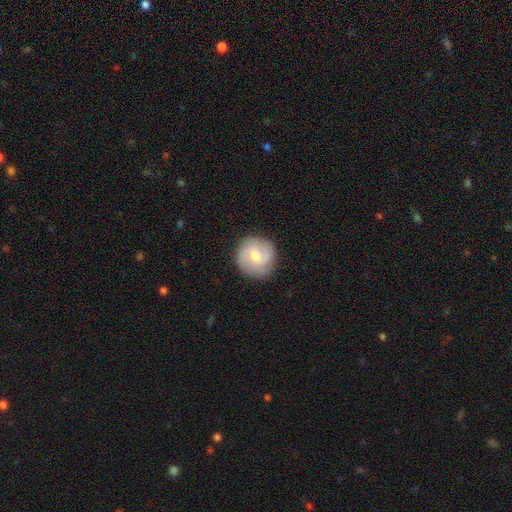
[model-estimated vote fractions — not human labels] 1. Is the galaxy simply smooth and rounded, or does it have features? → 61% featured or disk, 33% smooth, 6% star or artifact.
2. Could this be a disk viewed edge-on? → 98% no, 2% yes.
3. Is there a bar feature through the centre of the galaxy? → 48% weak, 44% no, 8% strong.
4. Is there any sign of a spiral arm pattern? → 91% yes, 9% no.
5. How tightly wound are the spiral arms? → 45% medium, 37% tight, 18% loose.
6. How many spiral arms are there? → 46% 2, 25% 3, 17% can't tell, 5% 4, 4% 1, 3% more than 4.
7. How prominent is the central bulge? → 54% moderate, 41% small, 3% large, 2% none, 1% dominant.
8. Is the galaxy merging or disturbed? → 85% none, 11% minor disturbance, 3% major disturbance, 1% merger.